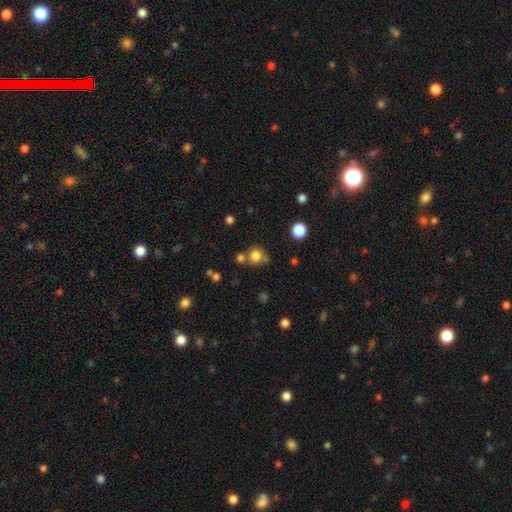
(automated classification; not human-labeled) Smooth or featured: smooth — 80% (star or artifact — 13%)
How rounded: round — 87% (in between — 13%)
Merging: none — 61% (merger — 20%)